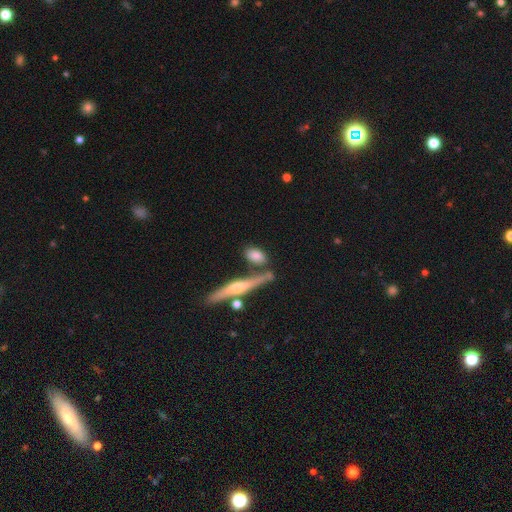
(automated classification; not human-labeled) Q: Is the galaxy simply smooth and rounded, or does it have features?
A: smooth — 72%.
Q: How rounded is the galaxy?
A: in between — 74%.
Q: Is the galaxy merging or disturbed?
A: none — 64%.